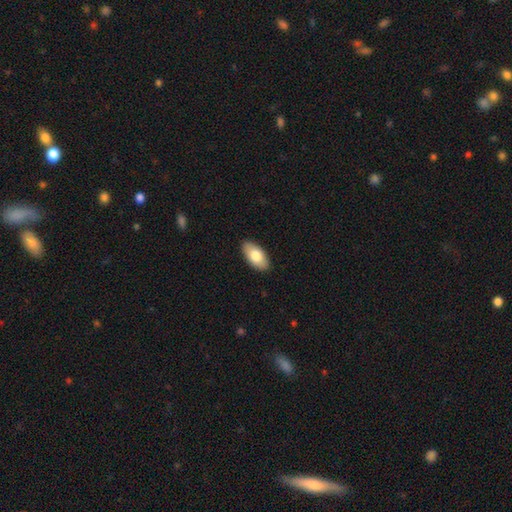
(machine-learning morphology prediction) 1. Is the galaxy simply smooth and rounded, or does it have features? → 79% smooth, 15% featured or disk, 6% star or artifact.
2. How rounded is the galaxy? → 94% in between, 3% cigar-shaped, 2% round.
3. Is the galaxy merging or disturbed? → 89% none, 8% minor disturbance, 2% major disturbance, 1% merger.